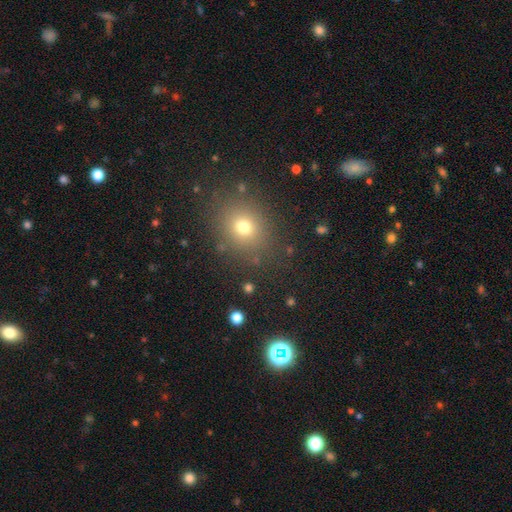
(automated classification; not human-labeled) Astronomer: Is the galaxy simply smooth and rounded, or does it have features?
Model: smooth — 59%.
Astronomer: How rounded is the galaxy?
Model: round — 76%.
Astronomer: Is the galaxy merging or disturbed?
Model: none — 88%.